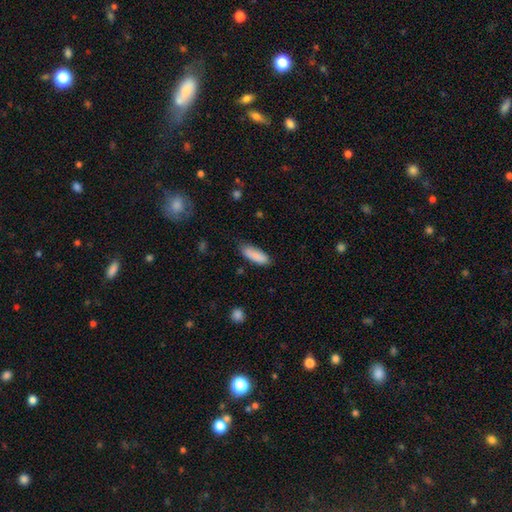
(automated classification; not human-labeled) A smooth galaxy with no disk features (88%) that is in between round and cigar-shaped (66%).

Vote fractions:
- Smooth or featured? smooth: 88% / star or artifact: 6% / featured or disk: 6%
- How rounded? in between: 66% / cigar-shaped: 32% / round: 2%
- Merging? none: 73% / minor disturbance: 21% / major disturbance: 4% / merger: 2%